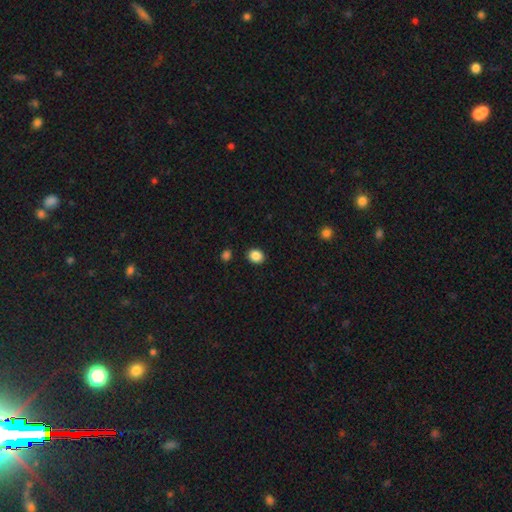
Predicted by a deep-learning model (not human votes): smooth-or-featured: smooth: 87% | star or artifact: 10% | featured or disk: 3%
  how-rounded: round: 58% | in between: 41% | cigar-shaped: 1%
  merging: none: 89% | minor disturbance: 7% | merger: 2% | major disturbance: 2%